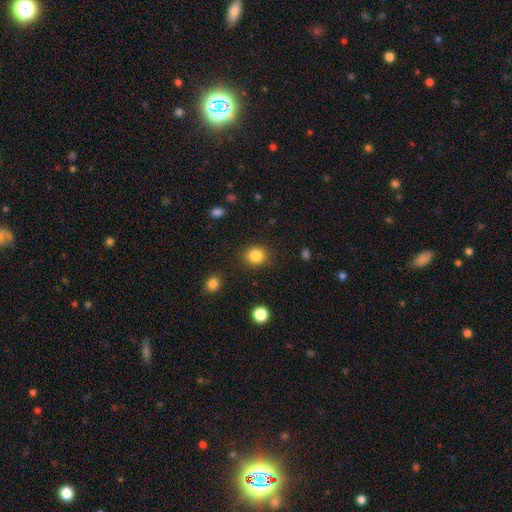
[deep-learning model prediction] Q: Smooth or featured?
A: smooth (84%); runner-up: star or artifact (10%)
Q: How rounded?
A: round (76%); runner-up: in between (23%)
Q: Merging?
A: none (85%); runner-up: minor disturbance (10%)